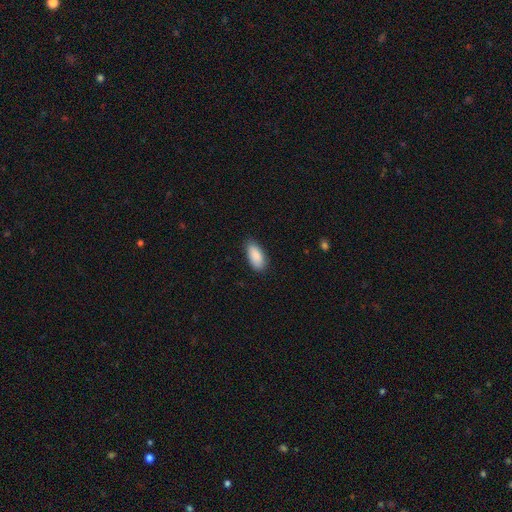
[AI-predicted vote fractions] This appears to be a smooth galaxy with no disk features (89%) that is in between round and cigar-shaped (90%). Merging: none (84%).